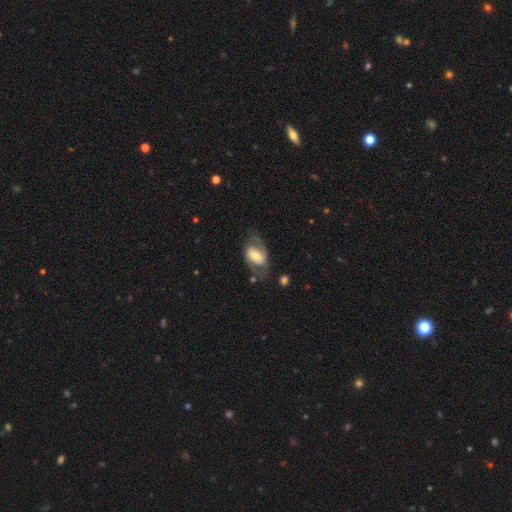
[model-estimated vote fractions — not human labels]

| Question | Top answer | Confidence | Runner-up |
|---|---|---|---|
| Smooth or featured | featured or disk | 57% | smooth (37%) |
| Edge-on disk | no | 93% | yes (7%) |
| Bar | no | 40% | weak (36%) |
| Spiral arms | yes | 60% | no (40%) |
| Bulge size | moderate | 60% | small (27%) |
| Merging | none | 55% | minor disturbance (23%) |